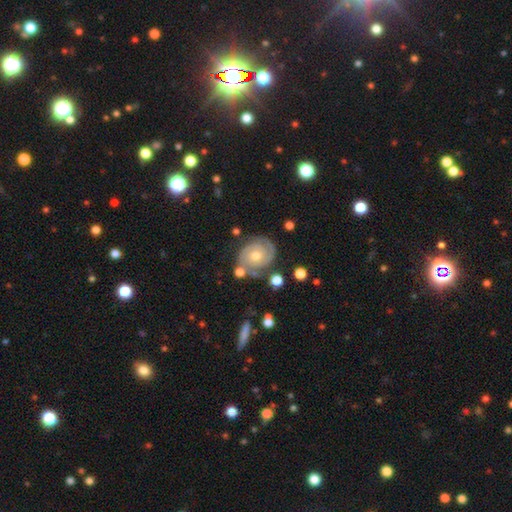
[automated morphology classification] Smooth or featured?
  - featured or disk: 85% *
  - smooth: 10%
  - star or artifact: 6%
Edge-on disk?
  - no: 98% *
  - yes: 2%
Bar?
  - no: 76% *
  - weak: 20%
  - strong: 4%
Spiral arms?
  - yes: 96% *
  - no: 4%
Spiral winding?
  - tight: 68% *
  - medium: 26%
  - loose: 5%
Spiral arm count?
  - 2: 80% *
  - can't tell: 8%
  - 3: 6%
  - 1: 2%
  - 4: 2%
  - more than 4: 2%
Bulge size?
  - moderate: 62% *
  - small: 32%
  - large: 3%
  - none: 1%
  - dominant: 1%
Merging?
  - none: 75% *
  - minor disturbance: 15%
  - major disturbance: 5%
  - merger: 5%